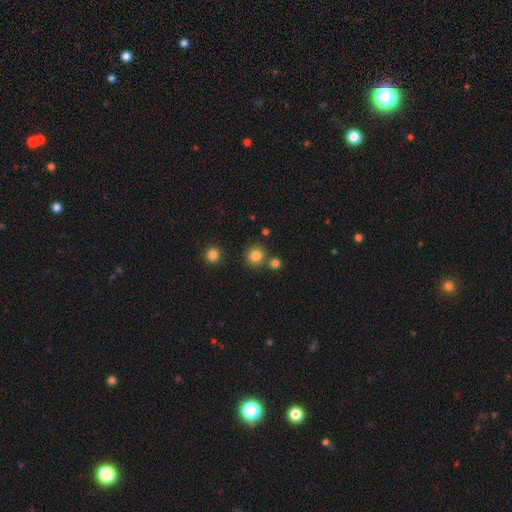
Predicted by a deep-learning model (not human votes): Smooth or featured?
  - smooth: 83% *
  - star or artifact: 12%
  - featured or disk: 5%
How rounded?
  - round: 92% *
  - in between: 7%
  - cigar-shaped: 1%
Merging?
  - none: 78% *
  - merger: 12%
  - minor disturbance: 7%
  - major disturbance: 3%